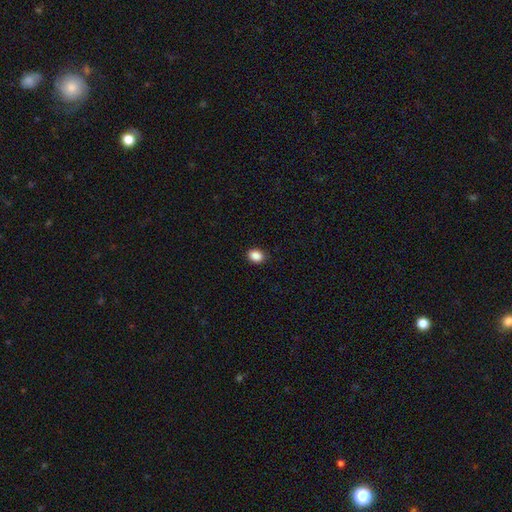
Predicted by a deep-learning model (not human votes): Smooth or featured?
  - smooth: 88% *
  - star or artifact: 9%
  - featured or disk: 3%
How rounded?
  - in between: 56% *
  - round: 43%
  - cigar-shaped: 1%
Merging?
  - none: 89% *
  - minor disturbance: 8%
  - major disturbance: 2%
  - merger: 1%